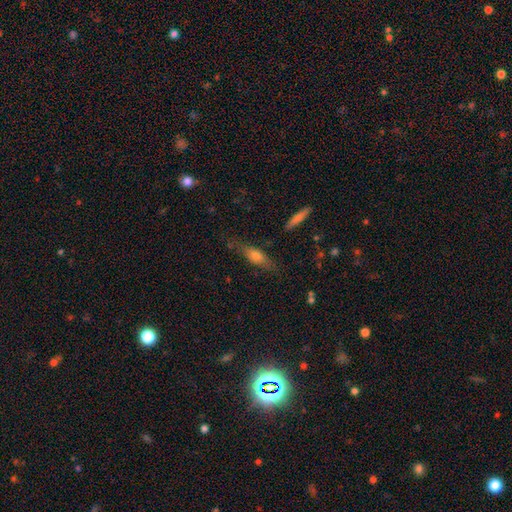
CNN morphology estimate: Overall: smooth (53%; featured or disk 38%). How rounded: cigar-shaped (55%; in between 41%). Merging: none (71%).